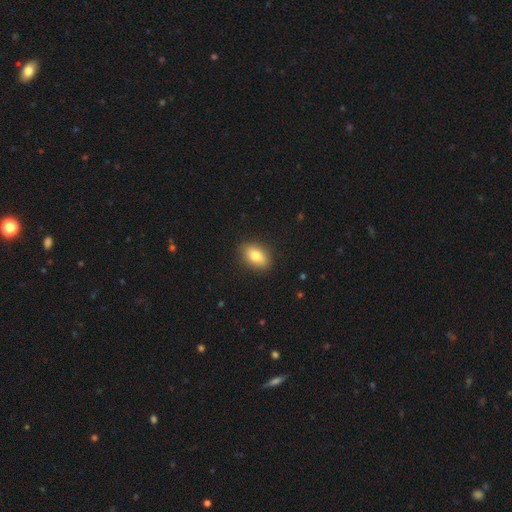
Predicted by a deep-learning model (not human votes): Smooth or featured?
  - smooth: 80% *
  - featured or disk: 12%
  - star or artifact: 8%
How rounded?
  - in between: 86% *
  - round: 11%
  - cigar-shaped: 3%
Merging?
  - none: 87% *
  - minor disturbance: 10%
  - major disturbance: 2%
  - merger: 1%